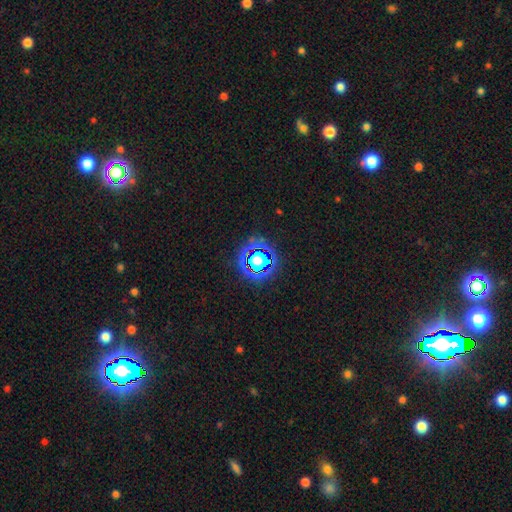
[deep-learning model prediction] Smooth or featured? star or artifact (81%)